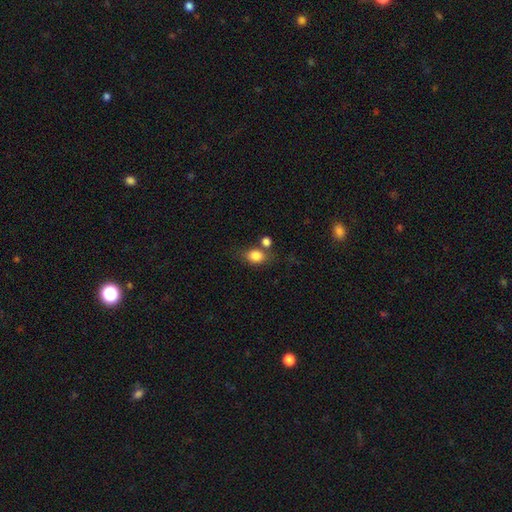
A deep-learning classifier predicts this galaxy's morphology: Smooth or featured: smooth — 83% (star or artifact — 10%)
How rounded: in between — 59% (round — 39%)
Merging: none — 60% (merger — 18%)